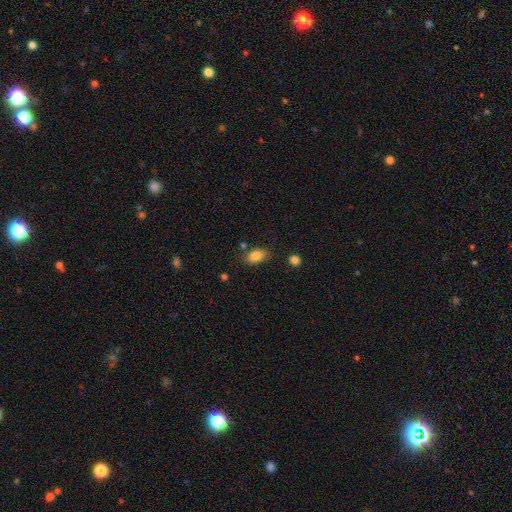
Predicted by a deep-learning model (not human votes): A smooth galaxy with no disk features (84%) that is in between round and cigar-shaped (89%). Merging: none (78%).